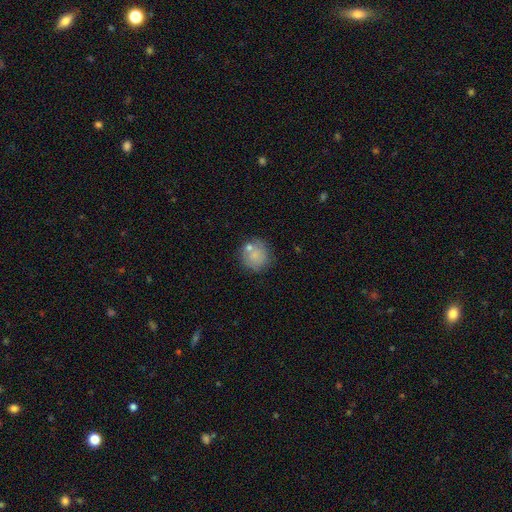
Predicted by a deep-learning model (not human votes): Smooth or featured? Predicted: smooth (p=0.71). How rounded? Predicted: round (p=0.88). Merging? Predicted: none (p=0.63).